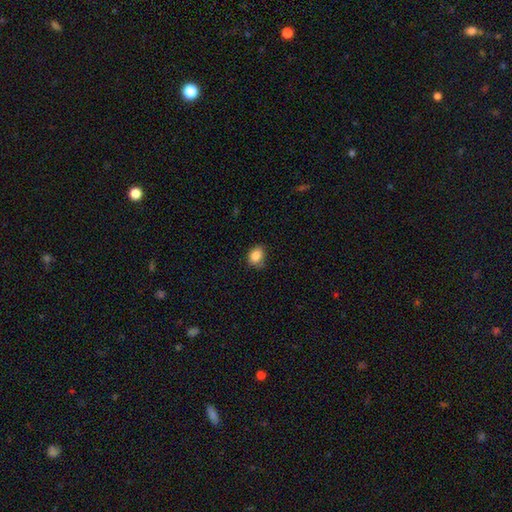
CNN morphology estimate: smooth 86%, star or artifact 9%, featured or disk 5%. Down the decision tree: how rounded — in between (56%); merging — none (73%).